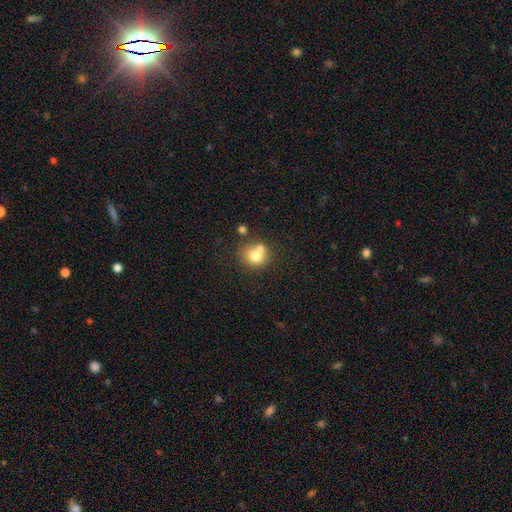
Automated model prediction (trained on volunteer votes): This is likely a smooth galaxy (72%). How rounded: likely round (79%). Merging: possibly none (48%).